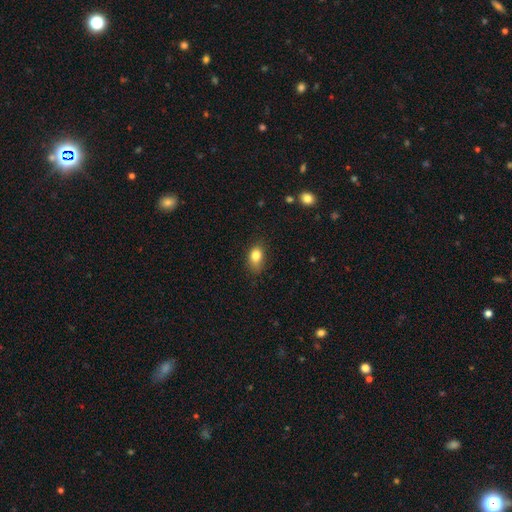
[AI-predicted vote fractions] smooth_or_featured: smooth (p=0.83) [alt: star or artifact p=0.10]
how_rounded: in between (p=0.77) [alt: round p=0.21]
merging: none (p=0.67) [alt: minor disturbance p=0.25]